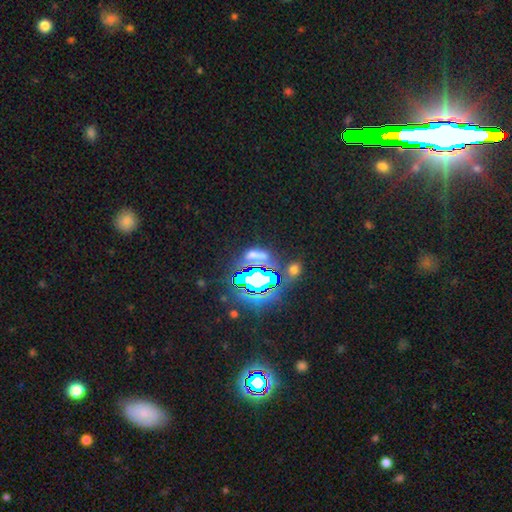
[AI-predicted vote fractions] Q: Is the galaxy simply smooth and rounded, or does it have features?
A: star or artifact — 57%.